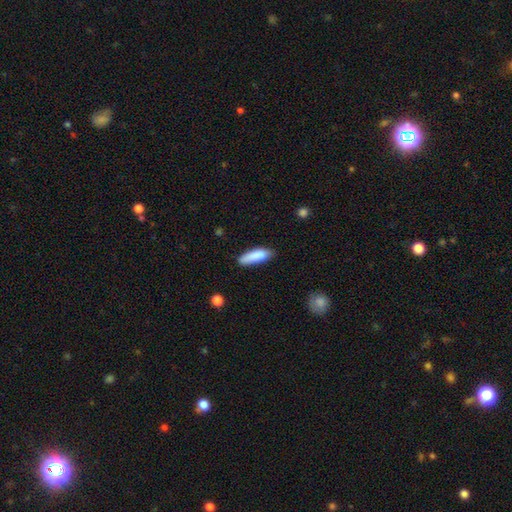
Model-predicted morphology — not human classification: Smooth or featured: smooth — 87% (featured or disk — 7%)
How rounded: cigar-shaped — 52% (in between — 46%)
Merging: none — 75% (minor disturbance — 20%)